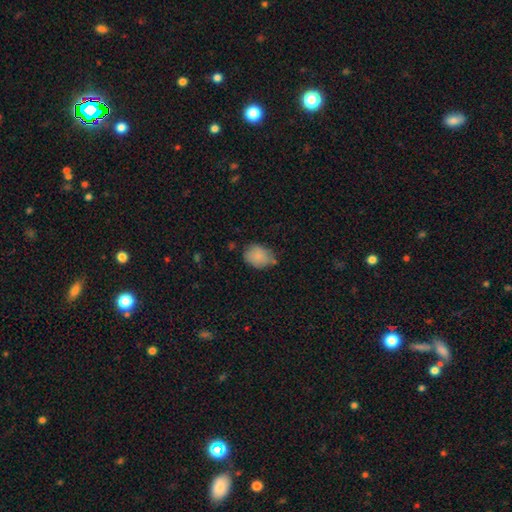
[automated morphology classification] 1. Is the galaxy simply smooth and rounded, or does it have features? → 84% smooth, 8% star or artifact, 8% featured or disk.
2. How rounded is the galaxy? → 67% in between, 32% round, 1% cigar-shaped.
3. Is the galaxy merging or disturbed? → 61% none, 29% minor disturbance, 6% major disturbance, 5% merger.